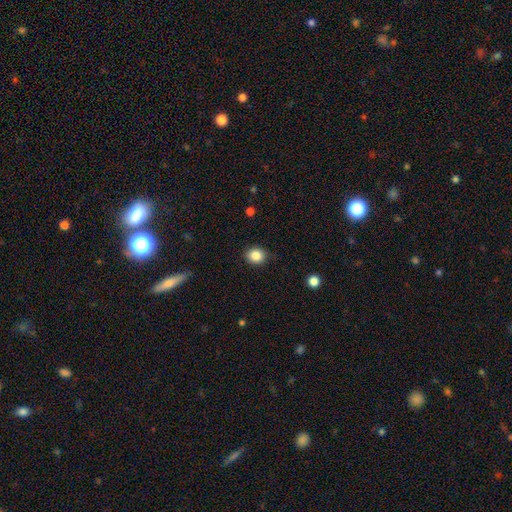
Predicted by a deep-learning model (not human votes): This appears to be a smooth galaxy with no disk features (86%) that is round (72%). Merging: none (89%).